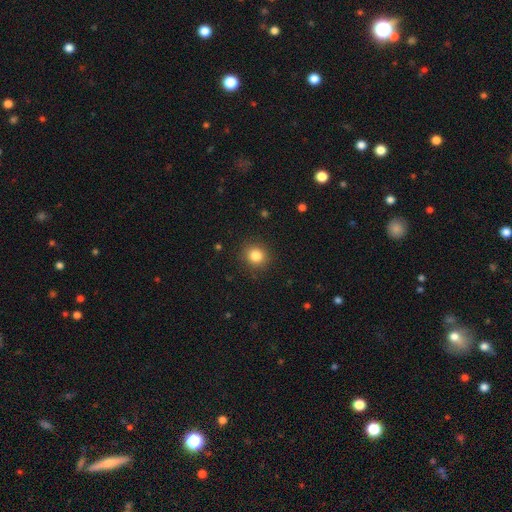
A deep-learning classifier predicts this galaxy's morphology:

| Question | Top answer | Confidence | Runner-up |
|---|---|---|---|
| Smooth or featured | smooth | 83% | star or artifact (11%) |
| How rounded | round | 88% | in between (11%) |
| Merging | none | 90% | minor disturbance (7%) |